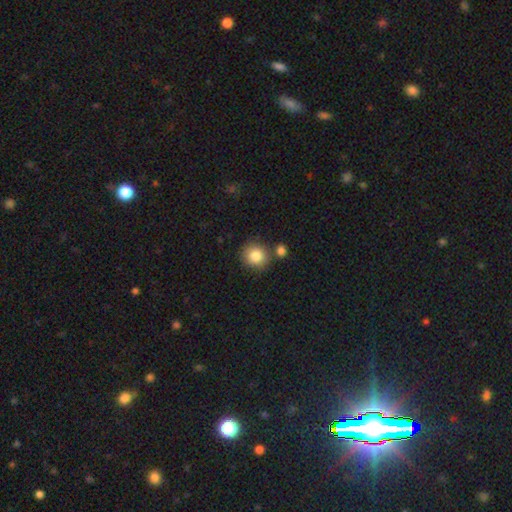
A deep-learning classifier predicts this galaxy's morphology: Smooth or featured?
  - smooth: 84% *
  - star or artifact: 9%
  - featured or disk: 7%
How rounded?
  - round: 89% *
  - in between: 10%
  - cigar-shaped: 1%
Merging?
  - none: 75% *
  - merger: 12%
  - minor disturbance: 10%
  - major disturbance: 3%